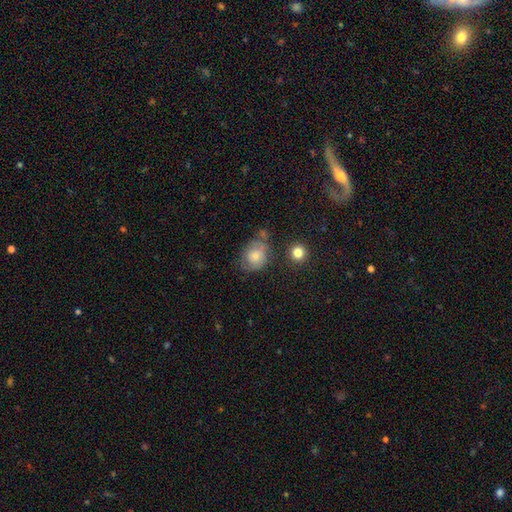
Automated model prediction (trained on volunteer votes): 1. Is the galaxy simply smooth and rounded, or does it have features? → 58% smooth, 32% featured or disk, 10% star or artifact.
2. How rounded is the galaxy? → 54% round, 45% in between, 1% cigar-shaped.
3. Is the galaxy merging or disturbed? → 44% none, 31% minor disturbance, 18% major disturbance, 7% merger.